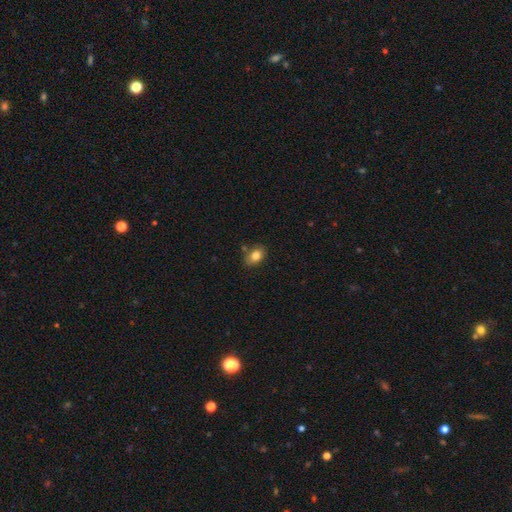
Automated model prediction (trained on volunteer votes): This appears to be a smooth galaxy with no disk features (81%) that is in between round and cigar-shaped (78%). Merging: none (75%).